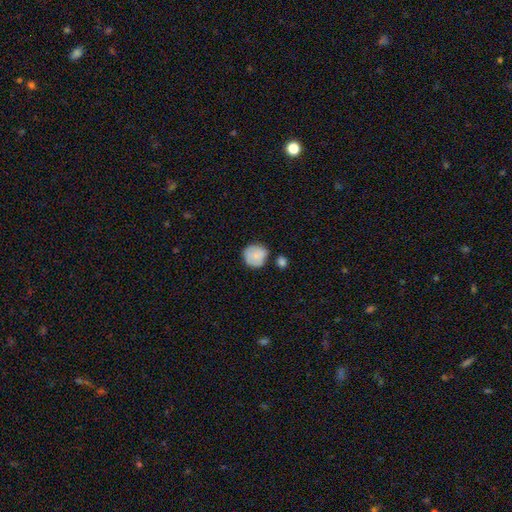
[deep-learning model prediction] The model was most divided on "merging": none: 64%, minor disturbance: 20%, merger: 10%, major disturbance: 5%. More confident: how rounded — round (88%); smooth or featured — smooth (78%).